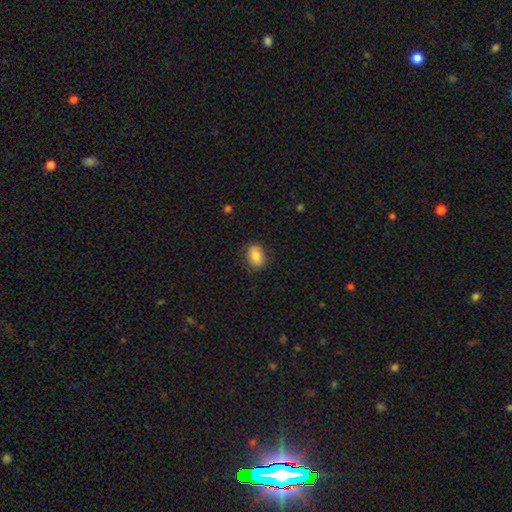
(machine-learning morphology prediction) This appears to be a smooth galaxy with no disk features (84%) that is in between round and cigar-shaped (73%). Merging: none (83%).